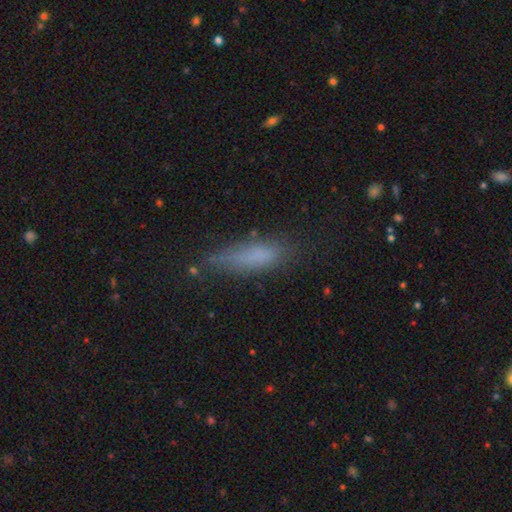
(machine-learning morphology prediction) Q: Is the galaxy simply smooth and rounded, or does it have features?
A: smooth — 72%.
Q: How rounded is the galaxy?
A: cigar-shaped — 61%.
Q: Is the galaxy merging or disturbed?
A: none — 62%.